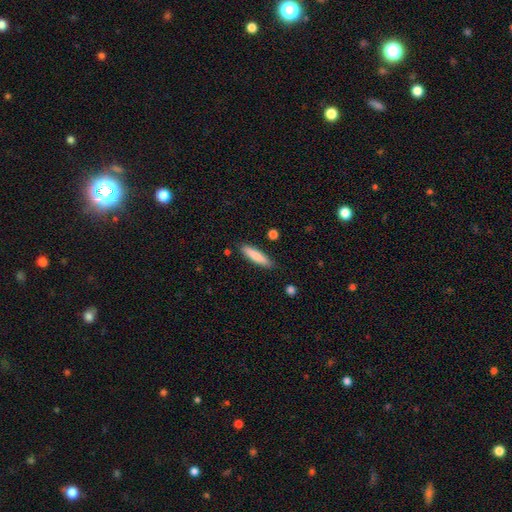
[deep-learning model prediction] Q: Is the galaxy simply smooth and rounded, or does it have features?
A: smooth — 83%.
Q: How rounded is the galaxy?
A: cigar-shaped — 80%.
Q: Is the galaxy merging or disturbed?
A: none — 87%.